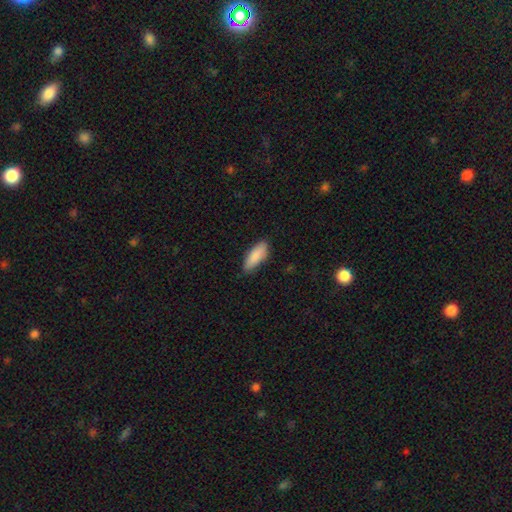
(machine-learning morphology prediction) smooth_or_featured: smooth (p=0.89) [alt: featured or disk p=0.06]
how_rounded: in between (p=0.74) [alt: cigar-shaped p=0.24]
merging: none (p=0.81) [alt: minor disturbance p=0.15]